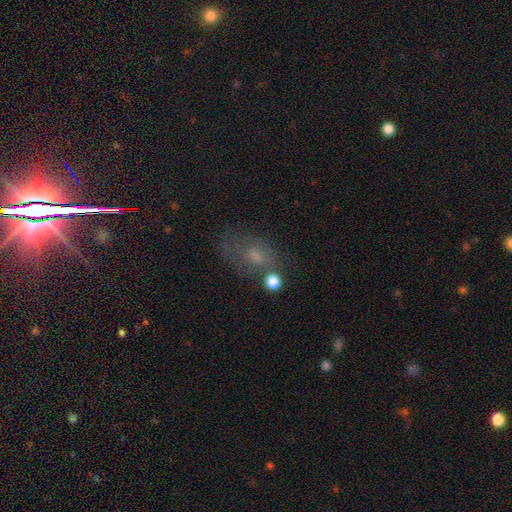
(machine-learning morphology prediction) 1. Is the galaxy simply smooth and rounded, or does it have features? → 49% smooth, 27% featured or disk, 24% star or artifact.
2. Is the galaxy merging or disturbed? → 55% none, 22% minor disturbance, 14% major disturbance, 10% merger.